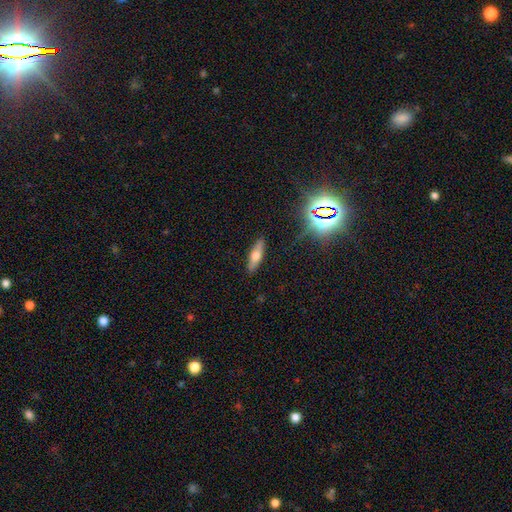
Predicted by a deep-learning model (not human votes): Overall: smooth (50%; featured or disk 38%). How rounded: cigar-shaped (61%; in between 36%). Merging: none (88%).